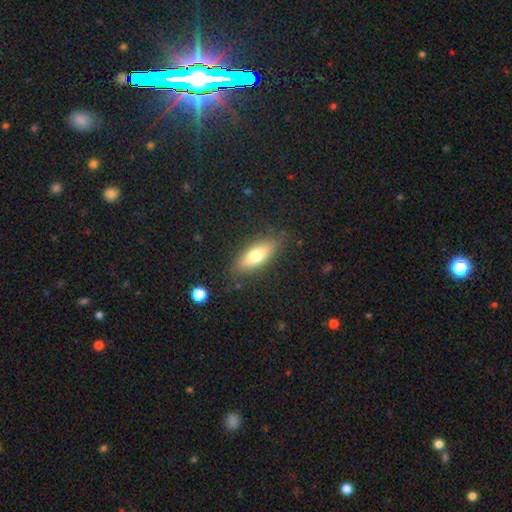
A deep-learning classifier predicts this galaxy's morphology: smooth 70%, featured or disk 23%, star or artifact 7%. Down the decision tree: how rounded — in between (70%); merging — none (82%).